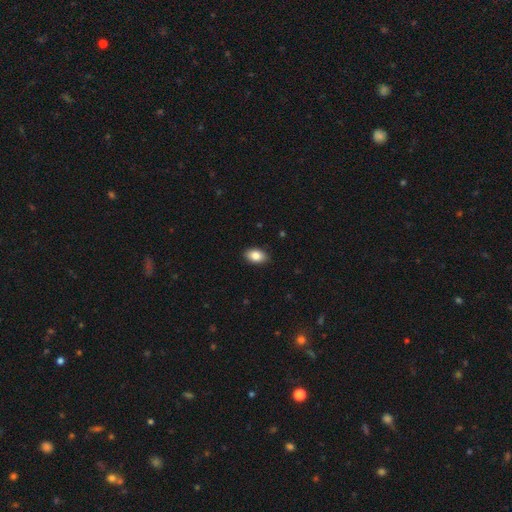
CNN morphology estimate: Overall: smooth (85%). How rounded: in between (90%). Merging: none (89%).